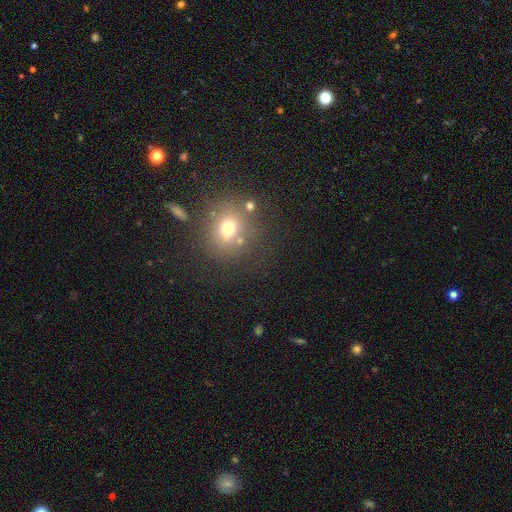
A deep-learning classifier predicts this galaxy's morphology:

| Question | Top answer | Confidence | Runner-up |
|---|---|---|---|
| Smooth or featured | smooth | 59% | star or artifact (27%) |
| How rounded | round | 79% | in between (20%) |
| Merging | none | 74% | minor disturbance (11%) |